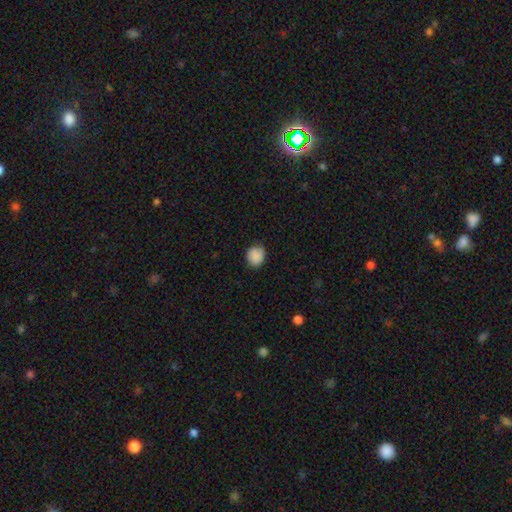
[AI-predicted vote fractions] Smooth or featured? smooth (89%)
How rounded? round (77%)
Merging? none (82%)